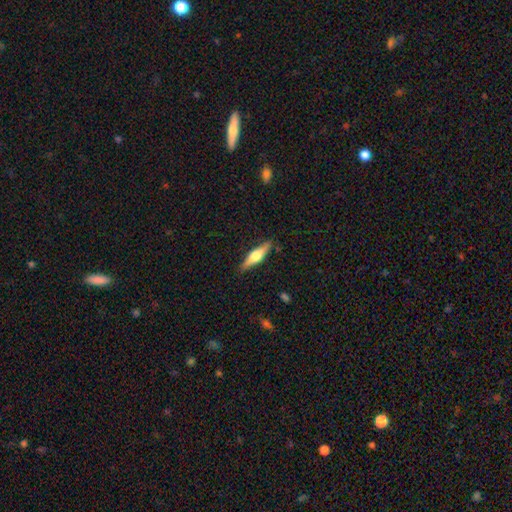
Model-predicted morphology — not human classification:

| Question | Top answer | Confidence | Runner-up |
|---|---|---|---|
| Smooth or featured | featured or disk | 56% | smooth (38%) |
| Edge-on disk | yes | 95% | no (5%) |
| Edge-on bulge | rounded | 90% | boxy (7%) |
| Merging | none | 87% | minor disturbance (10%) |